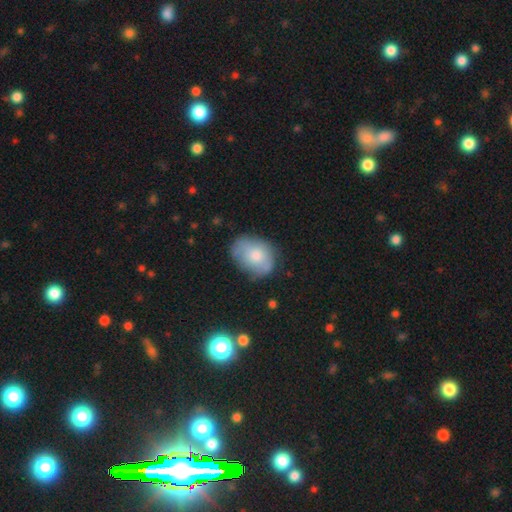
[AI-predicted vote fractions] Smooth or featured: smooth — 68% (featured or disk — 25%)
How rounded: in between — 71% (round — 28%)
Merging: none — 64% (minor disturbance — 26%)